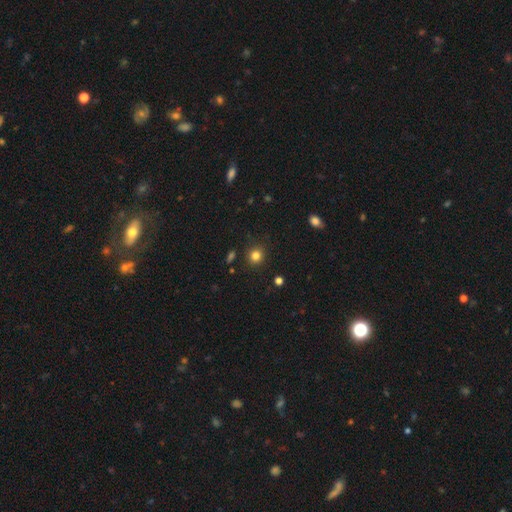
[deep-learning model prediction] Smooth or featured?
  - smooth: 82% *
  - star or artifact: 13%
  - featured or disk: 5%
How rounded?
  - round: 90% *
  - in between: 9%
  - cigar-shaped: 1%
Merging?
  - none: 89% *
  - minor disturbance: 7%
  - major disturbance: 2%
  - merger: 2%